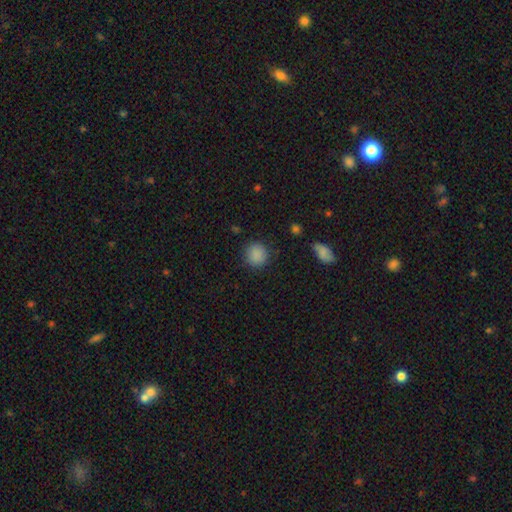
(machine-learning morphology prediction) Overall: smooth (87%). How rounded: round (88%). Merging: none (86%).